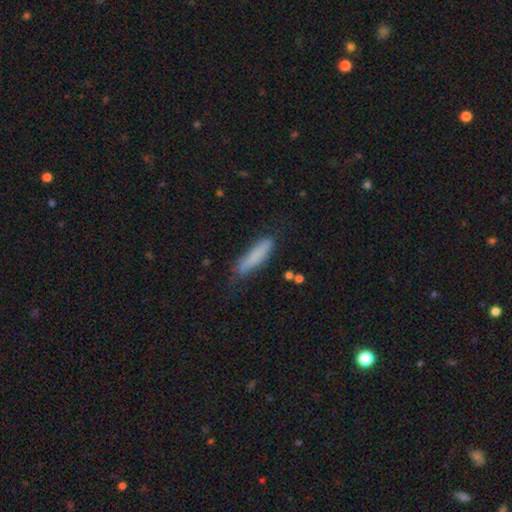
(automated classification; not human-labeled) A smooth galaxy with no disk features (78%) that is cigar-shaped (82%). Merging: none (69%).